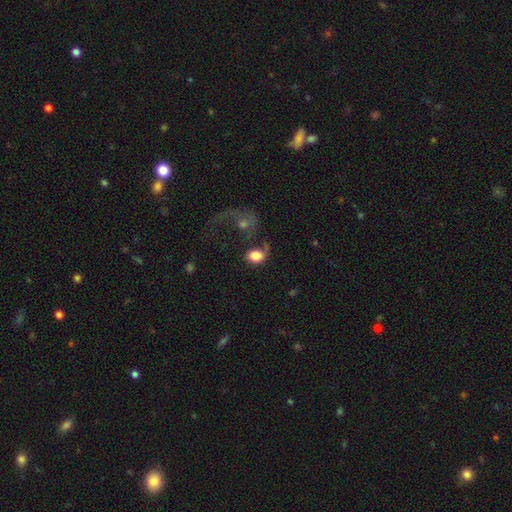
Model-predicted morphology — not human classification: Overall: smooth (77%). How rounded: in between (67%; round 32%). Merging: none (31%; major disturbance 29%).